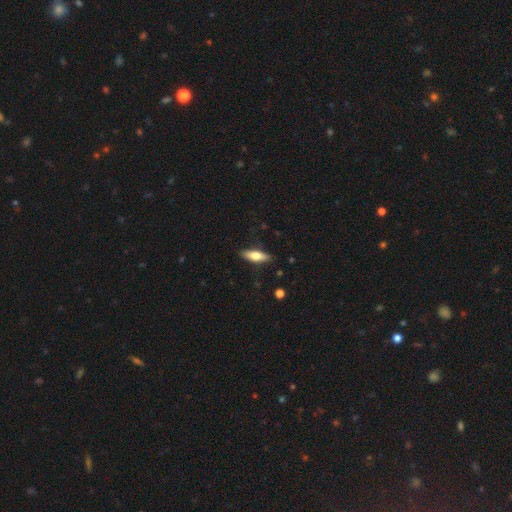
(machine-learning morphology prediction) Q: Smooth or featured?
A: smooth (63%); runner-up: featured or disk (31%)
Q: How rounded?
A: in between (49%); tied with: cigar-shaped (49%)
Q: Merging?
A: none (86%); runner-up: minor disturbance (11%)